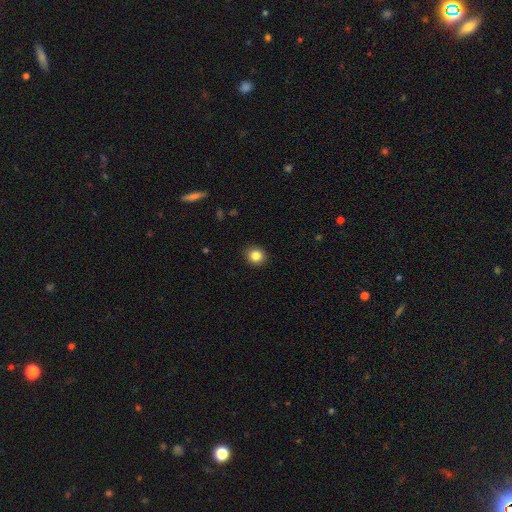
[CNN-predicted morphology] This is clearly a smooth galaxy (85%). How rounded: clearly round (81%). Merging: clearly none (91%).